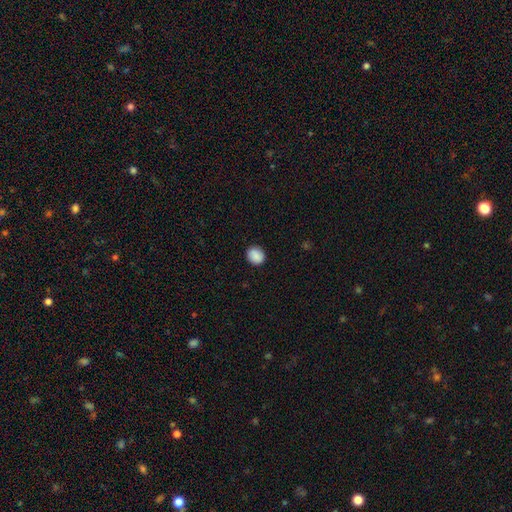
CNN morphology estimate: smooth-or-featured: smooth: 89% | star or artifact: 8% | featured or disk: 3%
  how-rounded: round: 73% | in between: 26% | cigar-shaped: 1%
  merging: none: 89% | minor disturbance: 8% | major disturbance: 2% | merger: 1%